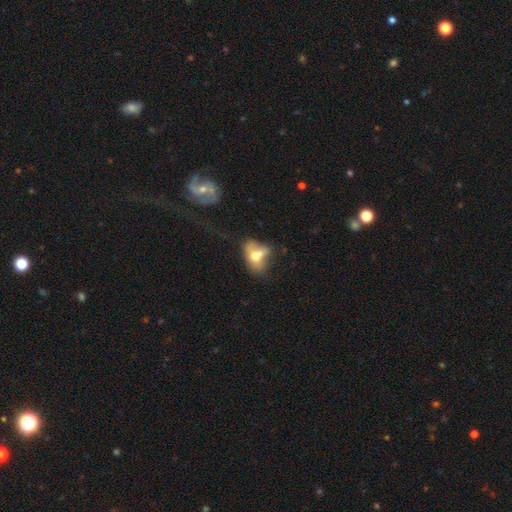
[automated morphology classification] Smooth or featured? smooth (60%)
How rounded? in between (76%)
Merging? merger (32%)